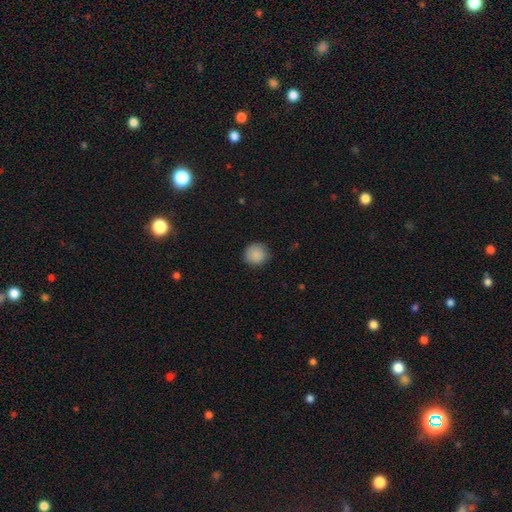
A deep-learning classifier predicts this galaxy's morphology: Smooth or featured? smooth (88%)
How rounded? round (92%)
Merging? none (86%)